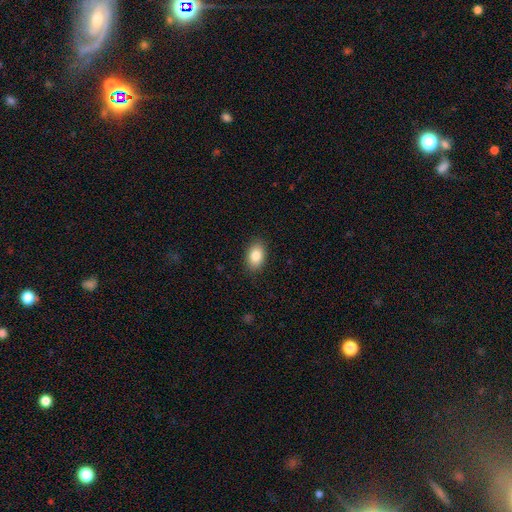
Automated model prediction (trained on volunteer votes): This is clearly a smooth galaxy (84%). How rounded: clearly in between (87%). Merging: clearly none (88%).